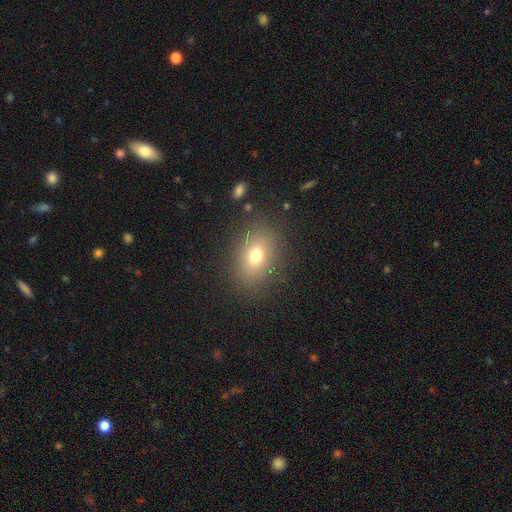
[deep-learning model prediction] Smooth or featured?
  - smooth: 73% *
  - featured or disk: 14%
  - star or artifact: 13%
How rounded?
  - in between: 75% *
  - round: 24%
  - cigar-shaped: 2%
Merging?
  - none: 84% *
  - minor disturbance: 10%
  - major disturbance: 4%
  - merger: 1%